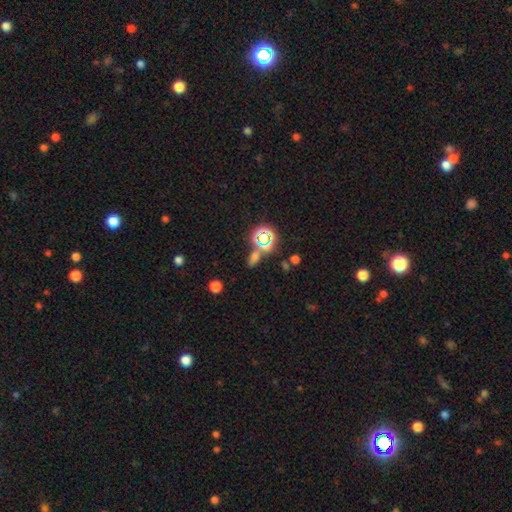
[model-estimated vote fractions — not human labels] smooth-or-featured: star or artifact: 57% | smooth: 32% | featured or disk: 11%